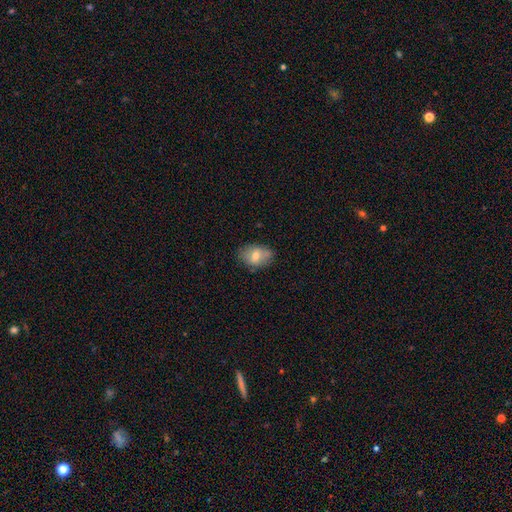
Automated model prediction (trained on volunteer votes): smooth_or_featured: smooth (p=0.68) [alt: featured or disk p=0.23]
how_rounded: in between (p=0.78) [alt: round p=0.21]
merging: none (p=0.73) [alt: minor disturbance p=0.20]